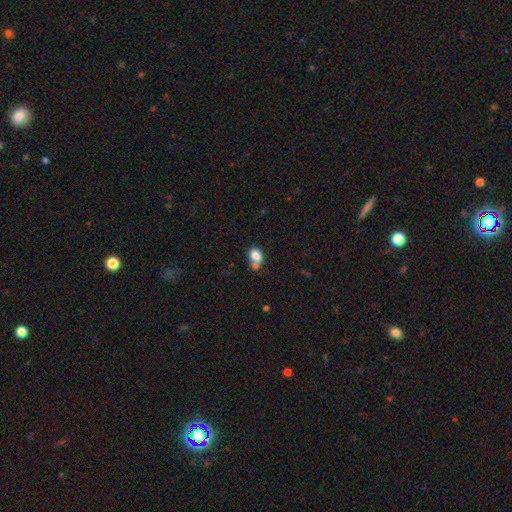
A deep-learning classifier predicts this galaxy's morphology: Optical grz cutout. It shows a smooth galaxy with no disk features (82%) that is in between round and cigar-shaped (55%). Merging: none (43%).